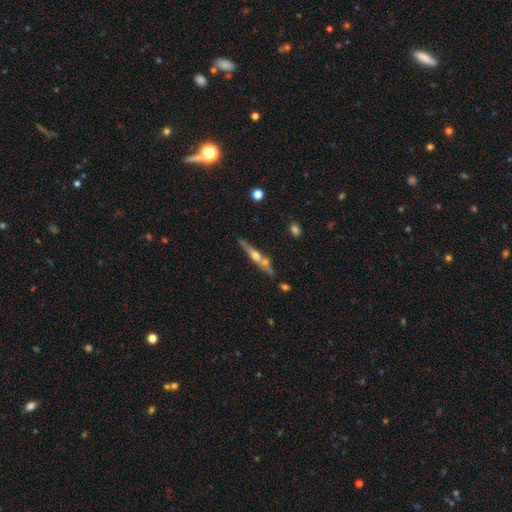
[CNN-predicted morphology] Smooth or featured? featured or disk (61%)
Edge-on disk? yes (92%)
Edge-on bulge? rounded (85%)
Merging? none (62%)